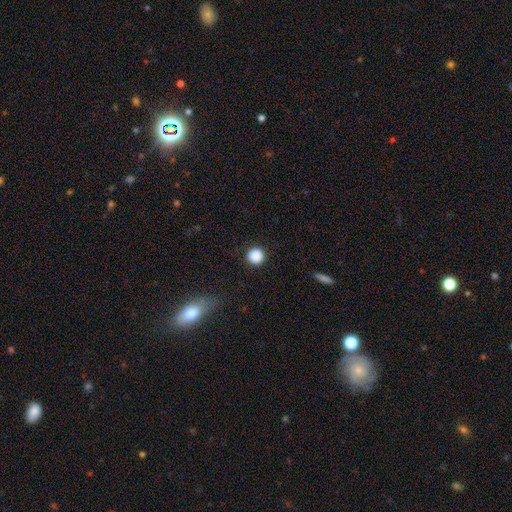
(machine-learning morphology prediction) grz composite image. It shows a smooth galaxy with no disk features (88%) that is round (94%). Merging: none (90%).